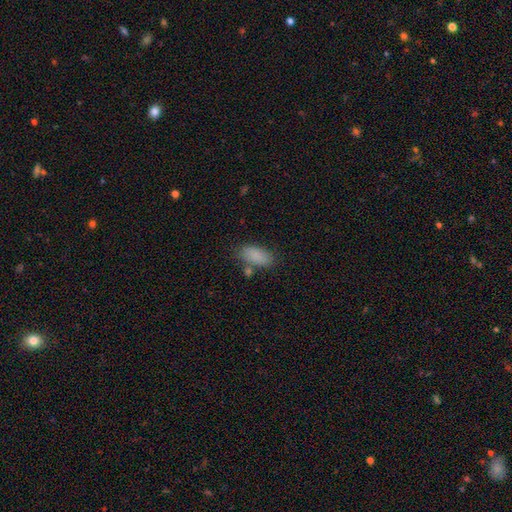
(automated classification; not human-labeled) A smooth galaxy with no disk features (87%) that is in between round and cigar-shaped (89%).

Vote fractions:
- Smooth or featured? smooth: 87% / star or artifact: 8% / featured or disk: 5%
- How rounded? in between: 89% / cigar-shaped: 8% / round: 3%
- Merging? none: 71% / minor disturbance: 15% / merger: 9% / major disturbance: 4%